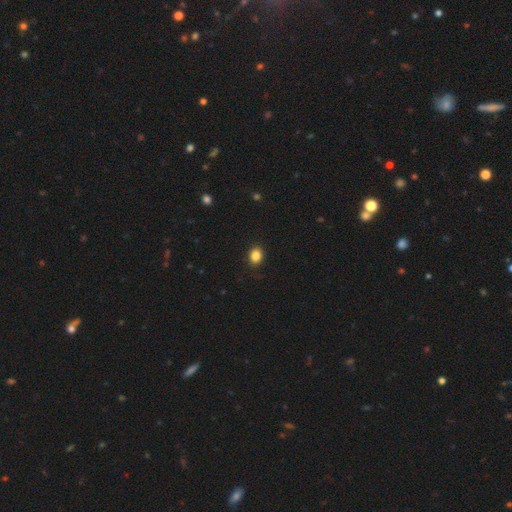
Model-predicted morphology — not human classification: Smooth or featured: smooth — 86% (star or artifact — 10%)
How rounded: in between — 52% (round — 47%)
Merging: none — 88% (minor disturbance — 9%)